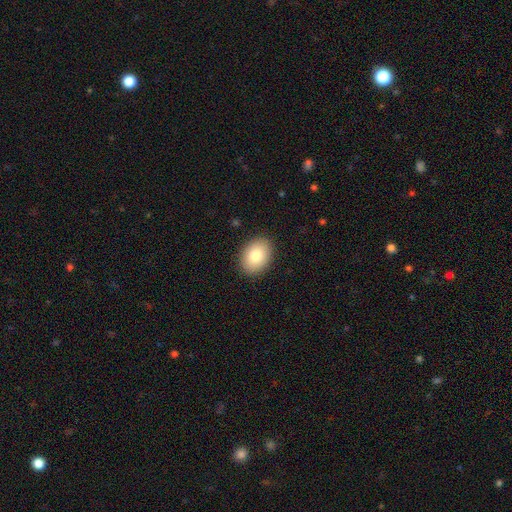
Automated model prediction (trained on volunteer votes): A smooth galaxy with no disk features (82%) that is in between round and cigar-shaped (75%). Merging: none (89%).